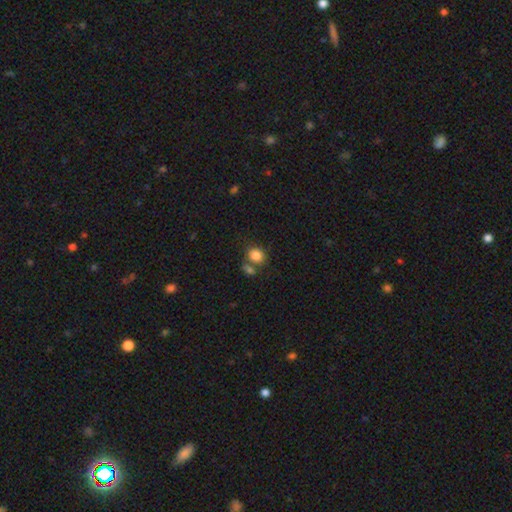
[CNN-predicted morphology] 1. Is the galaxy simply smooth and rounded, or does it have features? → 83% smooth, 10% star or artifact, 7% featured or disk.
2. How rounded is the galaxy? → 62% round, 37% in between, 1% cigar-shaped.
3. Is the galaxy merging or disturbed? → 58% none, 25% merger, 13% minor disturbance, 5% major disturbance.